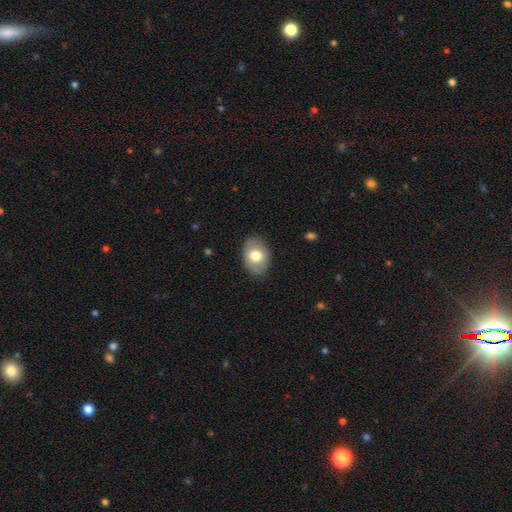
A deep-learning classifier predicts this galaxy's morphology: Smooth or featured? Predicted: smooth (p=0.72). How rounded? Predicted: in between (p=0.80). Merging? Predicted: none (p=0.84).